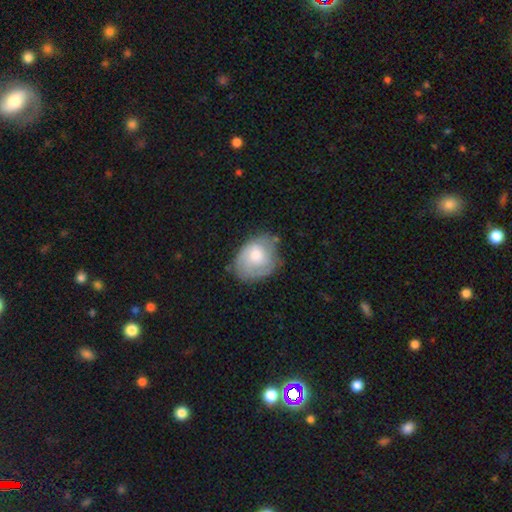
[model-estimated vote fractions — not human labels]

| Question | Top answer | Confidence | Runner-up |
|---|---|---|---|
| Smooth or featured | smooth | 53% | featured or disk (41%) |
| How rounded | in between | 58% | round (41%) |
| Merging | none | 57% | minor disturbance (30%) |